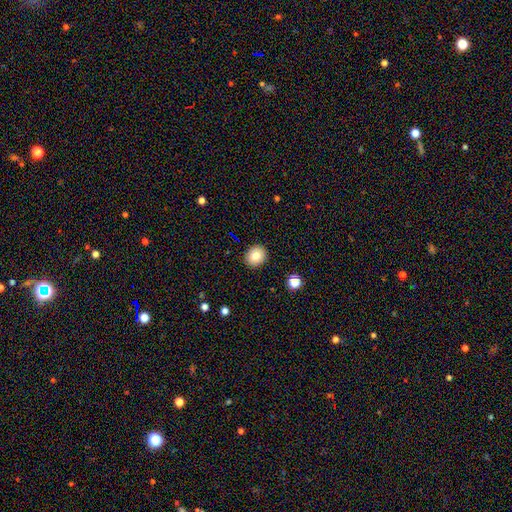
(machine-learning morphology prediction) Smooth or featured?
  - smooth: 80% *
  - featured or disk: 11%
  - star or artifact: 10%
How rounded?
  - round: 79% *
  - in between: 21%
  - cigar-shaped: 1%
Merging?
  - none: 91% *
  - minor disturbance: 6%
  - major disturbance: 2%
  - merger: 1%